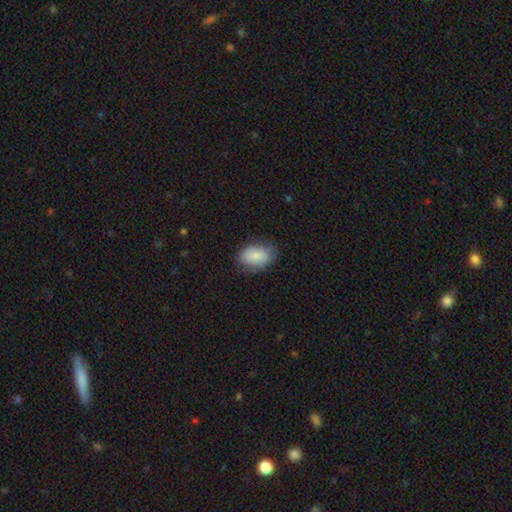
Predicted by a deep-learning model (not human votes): A smooth galaxy with no disk features (81%) that is in between round and cigar-shaped (86%). Merging: none (75%).